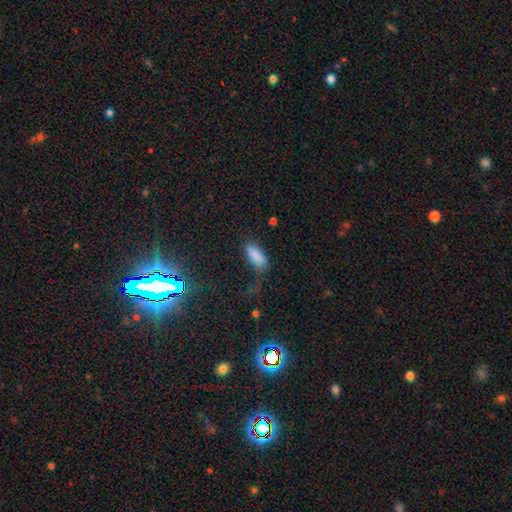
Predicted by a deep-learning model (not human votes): Q: Smooth or featured?
A: smooth (84%); runner-up: star or artifact (9%)
Q: How rounded?
A: in between (80%); runner-up: cigar-shaped (17%)
Q: Merging?
A: none (47%); runner-up: minor disturbance (26%)